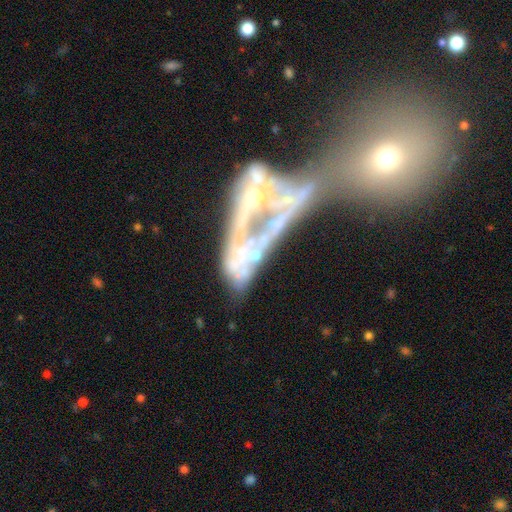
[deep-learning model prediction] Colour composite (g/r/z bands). It shows a featured or disk galaxy (67%) with no bar (85%), no spiral arms (78%) and no central bulge (54%). Merging: merger (57%).